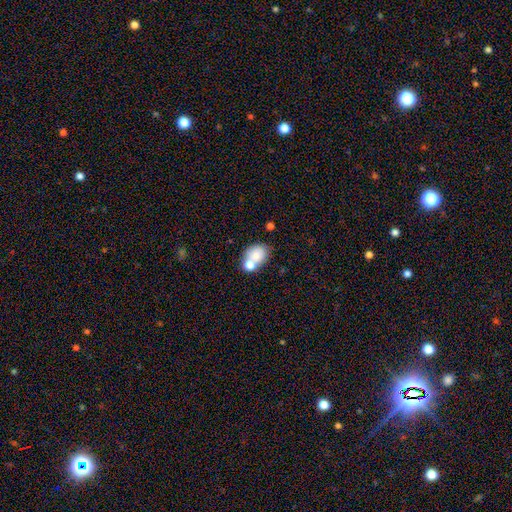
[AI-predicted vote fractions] A smooth galaxy with no disk features (78%) that is in between round and cigar-shaped (66%). Merging: none (46%).